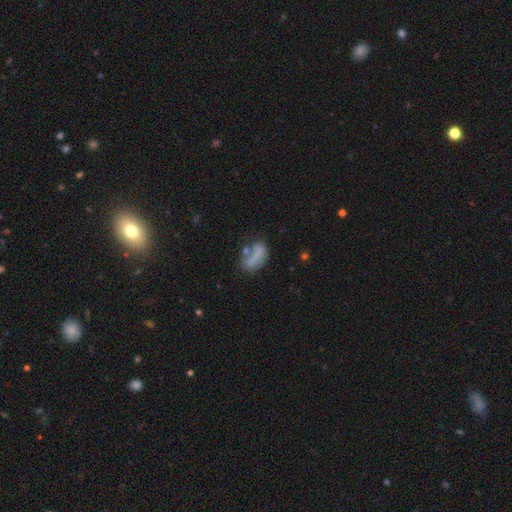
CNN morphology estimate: This appears to be a smooth galaxy with no disk features (60%) that is in between round and cigar-shaped (82%). Merging: none (36%).